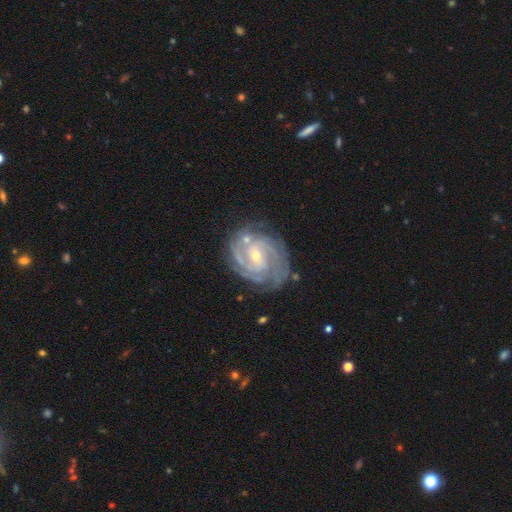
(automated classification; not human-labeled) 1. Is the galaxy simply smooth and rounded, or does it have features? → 90% featured or disk, 5% star or artifact, 5% smooth.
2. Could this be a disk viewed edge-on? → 97% no, 3% yes.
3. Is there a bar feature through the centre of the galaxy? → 45% no, 41% weak, 14% strong.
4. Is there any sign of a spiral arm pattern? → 98% yes, 2% no.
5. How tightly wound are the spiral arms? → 71% tight, 25% medium, 4% loose.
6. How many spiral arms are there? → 30% 3, 21% 4, 20% 2, 17% can't tell, 7% more than 4, 6% 1.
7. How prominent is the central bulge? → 67% small, 30% moderate, 1% large, 1% none, 1% dominant.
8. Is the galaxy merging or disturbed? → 73% none, 17% minor disturbance, 6% major disturbance, 4% merger.